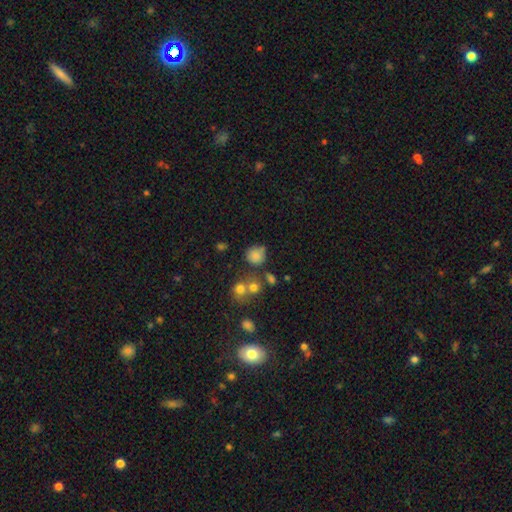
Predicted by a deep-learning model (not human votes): A smooth galaxy with no disk features (78%) that is round (80%).

Vote fractions:
- Smooth or featured? smooth: 78% / star or artifact: 12% / featured or disk: 10%
- How rounded? round: 80% / in between: 18% / cigar-shaped: 1%
- Merging? none: 56% / minor disturbance: 23% / merger: 14% / major disturbance: 8%